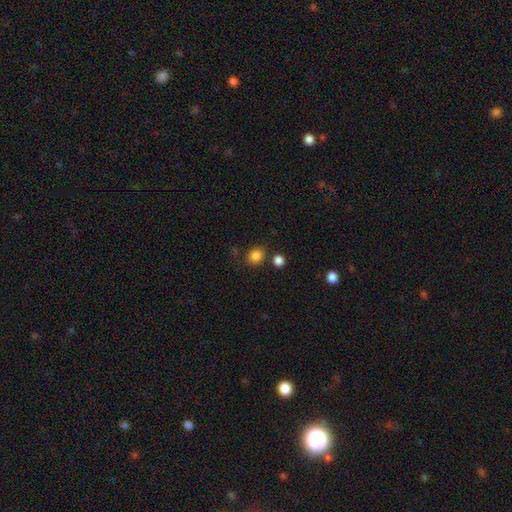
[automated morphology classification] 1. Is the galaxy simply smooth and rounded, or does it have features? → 84% smooth, 12% star or artifact, 4% featured or disk.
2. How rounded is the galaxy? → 72% round, 27% in between, 1% cigar-shaped.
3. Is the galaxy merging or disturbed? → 78% none, 10% minor disturbance, 8% merger, 3% major disturbance.